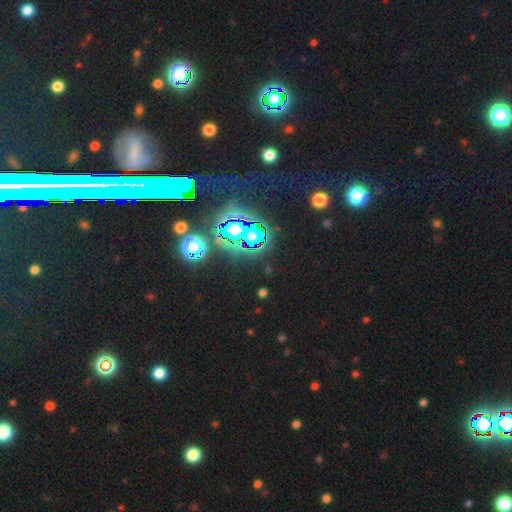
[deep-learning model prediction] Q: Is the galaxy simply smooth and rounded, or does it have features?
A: star or artifact — 81%.